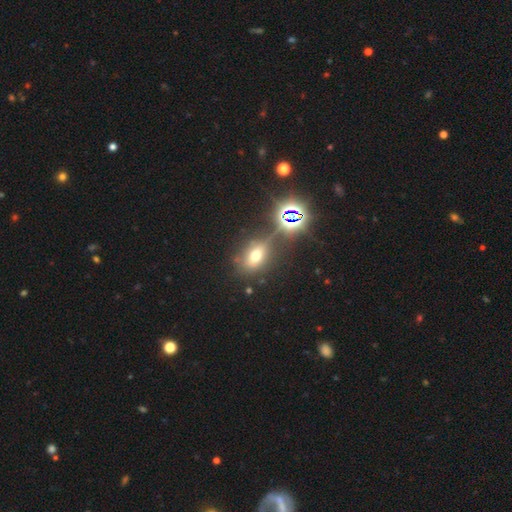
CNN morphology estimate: The model was most divided on "smooth or featured": smooth: 50%, star or artifact: 32%, featured or disk: 17%. More confident: merging — none (69%); how rounded — in between (65%).